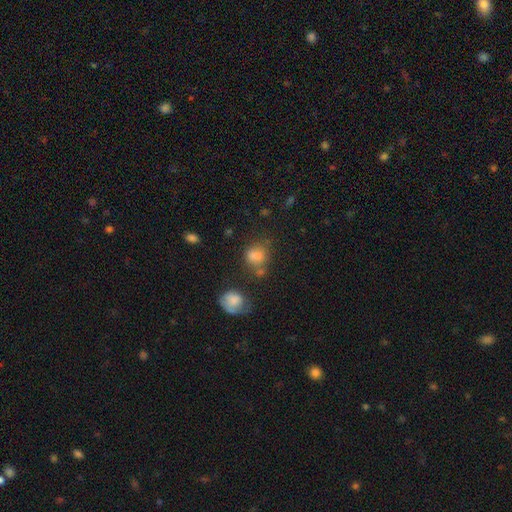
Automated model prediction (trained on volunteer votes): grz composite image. It shows a smooth galaxy with no disk features (78%) that is round (61%). Merging: none (51%).